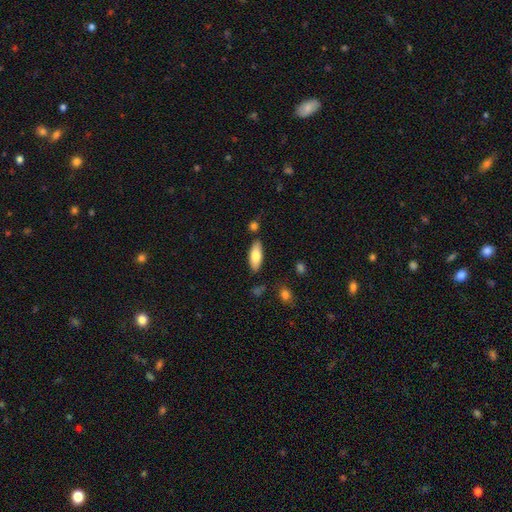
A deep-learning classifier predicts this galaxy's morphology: type=smooth (78%); roundness=in between (75%); merging=none (83%).